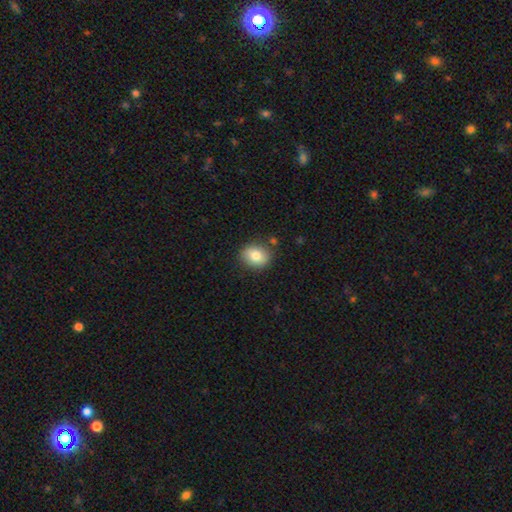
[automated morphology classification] Q: Smooth or featured?
A: smooth (80%); runner-up: featured or disk (11%)
Q: How rounded?
A: round (57%); runner-up: in between (42%)
Q: Merging?
A: none (84%); runner-up: minor disturbance (11%)